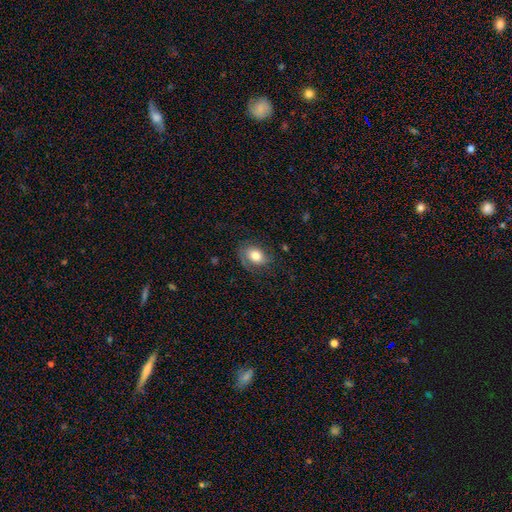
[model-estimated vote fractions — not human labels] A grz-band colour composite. It shows a smooth galaxy with no disk features (70%) that is in between round and cigar-shaped (73%). Merging: none (68%).